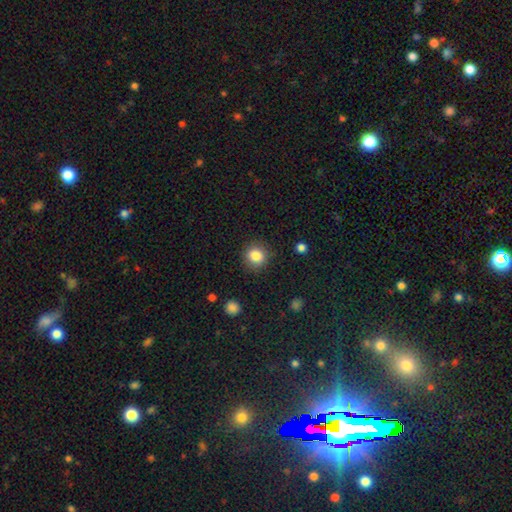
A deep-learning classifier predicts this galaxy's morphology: Smooth or featured? Predicted: smooth (p=0.84). How rounded? Predicted: round (p=0.88). Merging? Predicted: none (p=0.87).